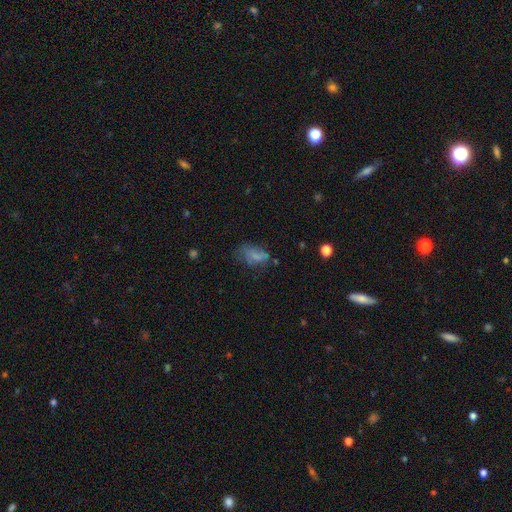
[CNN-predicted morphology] This is likely a smooth galaxy (63%). How rounded: clearly in between (87%). Merging: marginally none (40%).